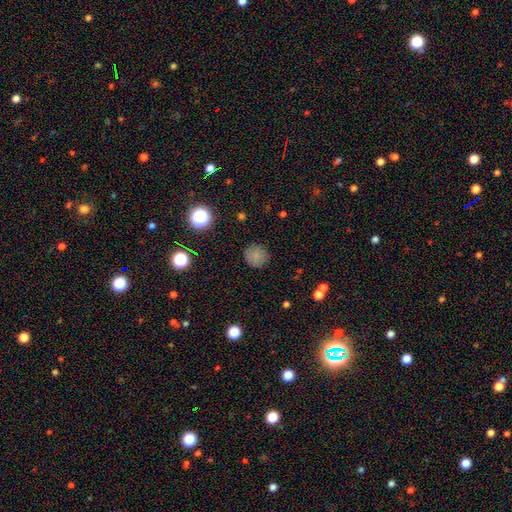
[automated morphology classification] Smooth or featured? Predicted: smooth (p=0.79). How rounded? Predicted: round (p=0.92). Merging? Predicted: none (p=0.87).